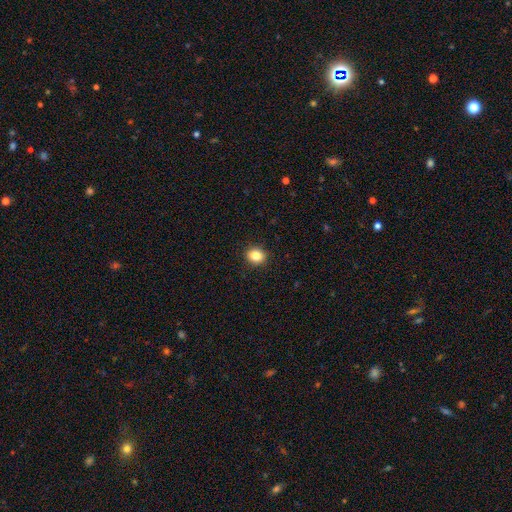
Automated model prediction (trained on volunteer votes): This is clearly a smooth galaxy (84%). How rounded: likely round (72%). Merging: clearly none (91%).